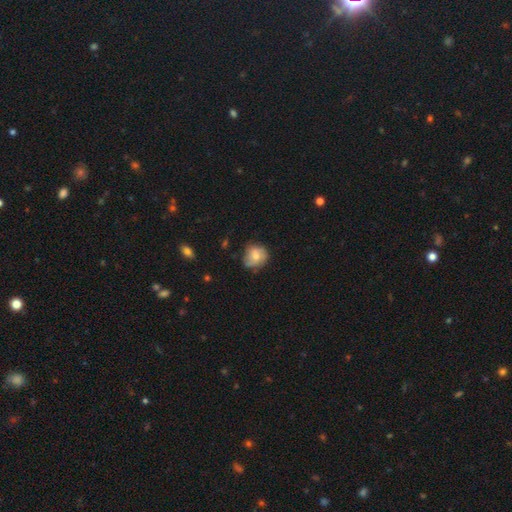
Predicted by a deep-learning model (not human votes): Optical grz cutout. It shows a smooth galaxy with no disk features (67%) that is round (72%). Merging: none (58%).